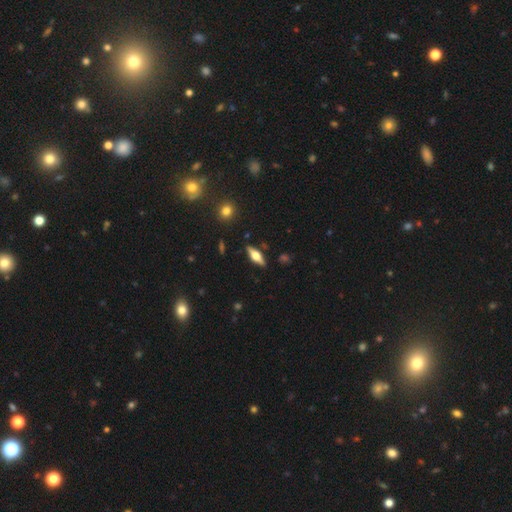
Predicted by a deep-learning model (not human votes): Smooth or featured? Predicted: featured or disk (p=0.59). Edge-on disk? Predicted: yes (p=0.94). Edge-on bulge? Predicted: rounded (p=0.91). Merging? Predicted: none (p=0.87).